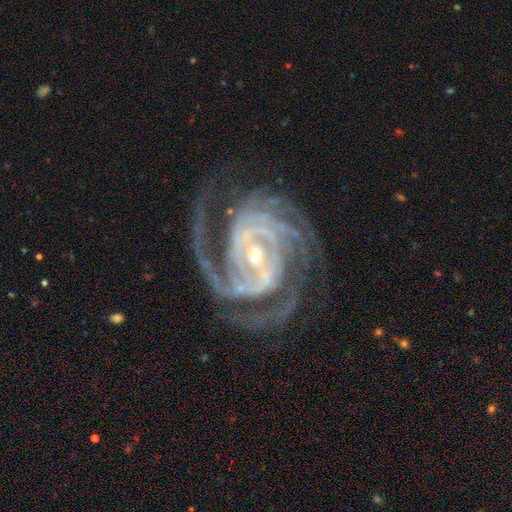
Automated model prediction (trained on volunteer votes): A featured or disk galaxy (93%) with a weak bar (40%), 3 (25%, tied with 2) tight (62%) spiral arms (99%) and a small central bulge (59%).

Vote fractions:
- Smooth or featured? featured or disk: 93% / star or artifact: 4% / smooth: 2%
- Edge-on disk? no: 98% / yes: 2%
- Bar? weak: 40% / strong: 37% / no: 22%
- Spiral arms? yes: 99% / no: 1%
- Spiral winding? tight: 62% / medium: 33% / loose: 5%
- Spiral arm count? 3: 25% (tied) / 2: 25% (tied) / 4: 19% / can't tell: 13% / more than 4: 10% / 1: 9%
- Bulge size? small: 59% / moderate: 37% / large: 2% / none: 1% / dominant: 1%
- Merging? none: 68% / minor disturbance: 16% / major disturbance: 14% / merger: 2%